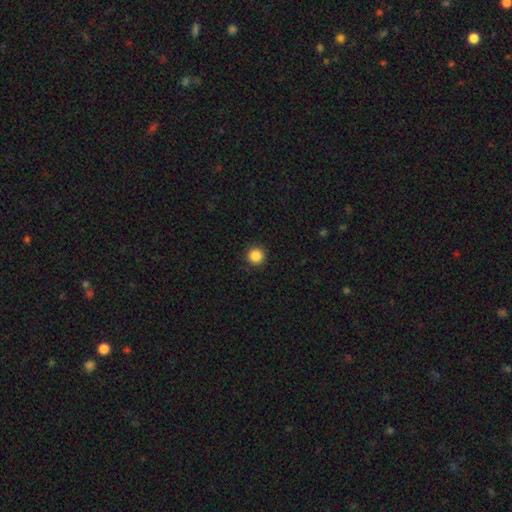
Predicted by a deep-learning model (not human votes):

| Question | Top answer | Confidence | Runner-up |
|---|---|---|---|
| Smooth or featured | smooth | 87% | star or artifact (10%) |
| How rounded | round | 96% | in between (3%) |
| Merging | none | 92% | minor disturbance (5%) |